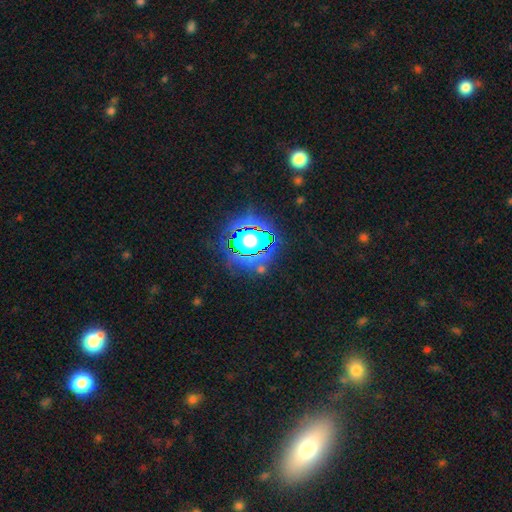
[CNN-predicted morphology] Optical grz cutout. It shows a star or artifact, not a galaxy (77%).